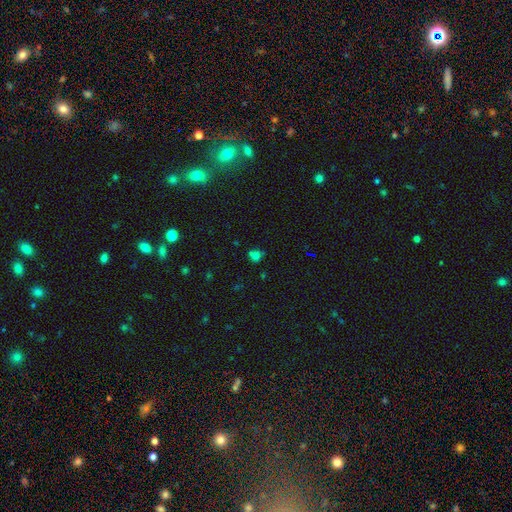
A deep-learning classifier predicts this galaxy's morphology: This appears to be a smooth galaxy with no disk features (64%) that is round (74%). Merging: none (54%).